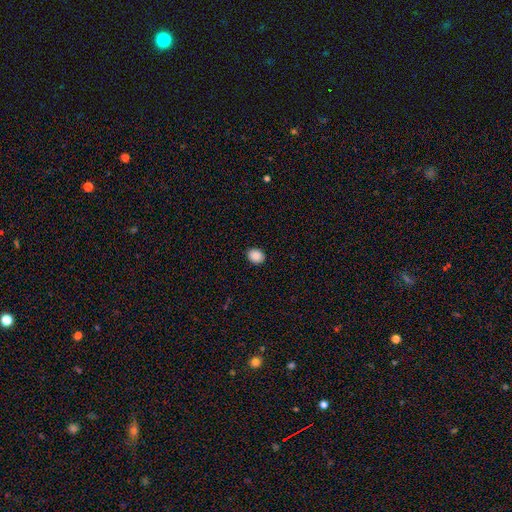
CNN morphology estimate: smooth_or_featured: smooth (p=0.89) [alt: star or artifact p=0.08]
how_rounded: in between (p=0.51) [alt: round p=0.48]
merging: none (p=0.90) [alt: minor disturbance p=0.07]